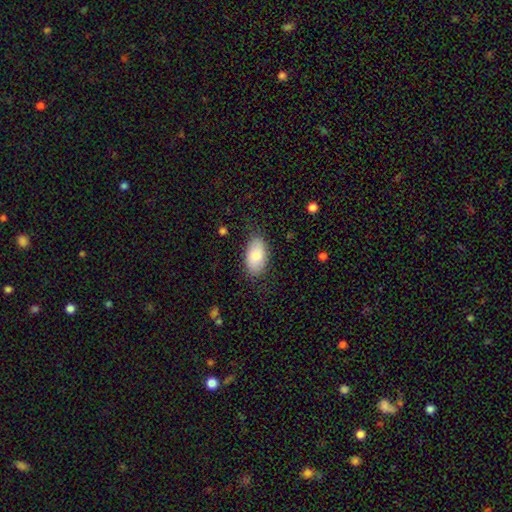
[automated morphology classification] smooth_or_featured: smooth (p=0.81) [alt: featured or disk p=0.13]
how_rounded: in between (p=0.94) [alt: round p=0.04]
merging: none (p=0.79) [alt: minor disturbance p=0.16]